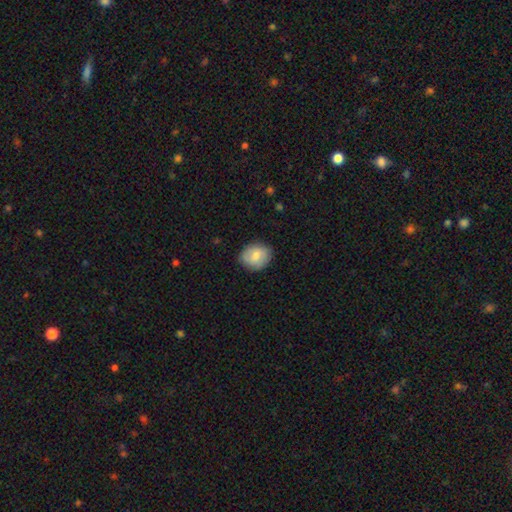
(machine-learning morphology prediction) This appears to be a smooth galaxy with no disk features (79%) that is round (56%). Merging: none (84%).